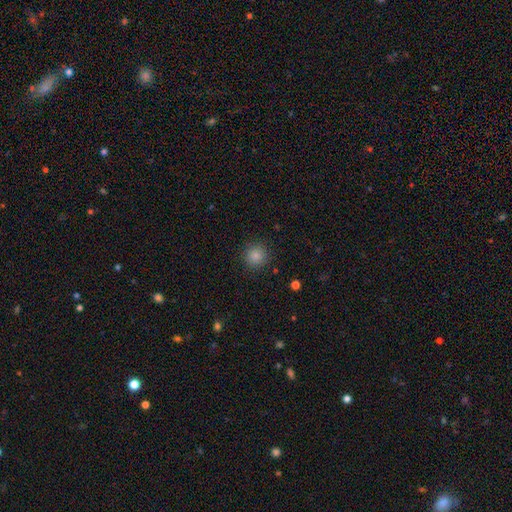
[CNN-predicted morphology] type=smooth (84%); roundness=round (94%); merging=none (90%).